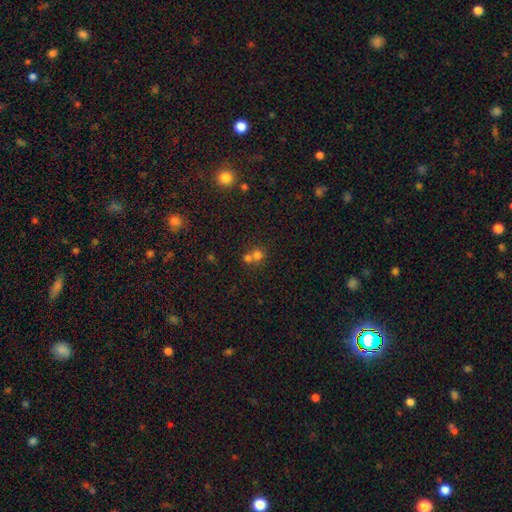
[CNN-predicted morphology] Smooth or featured: smooth — 73% (star or artifact — 16%)
How rounded: round — 84% (in between — 15%)
Merging: merger — 55% (none — 38%)